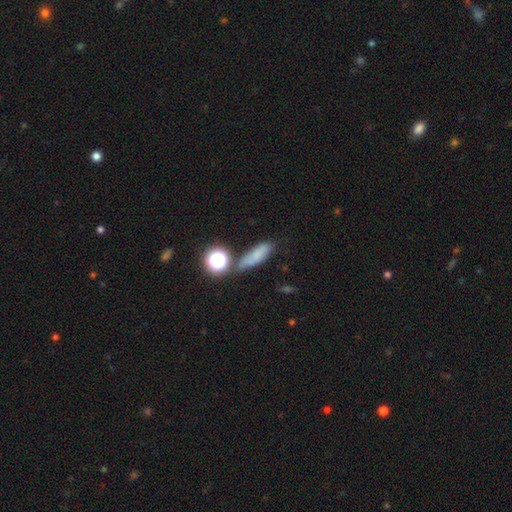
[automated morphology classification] smooth_or_featured: smooth (p=0.66) [alt: star or artifact p=0.19]
how_rounded: in between (p=0.43) [alt: cigar-shaped p=0.42]
merging: none (p=0.61) [alt: minor disturbance p=0.19]